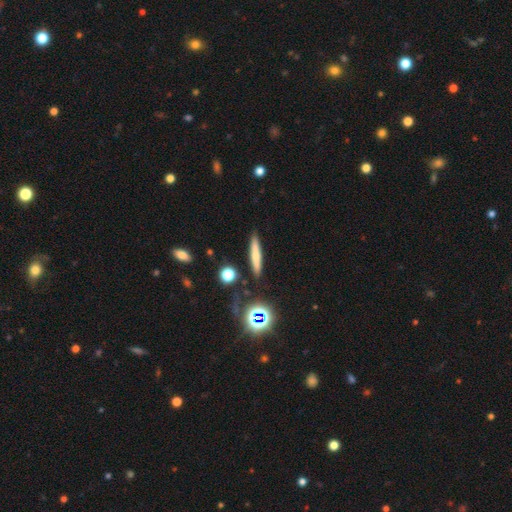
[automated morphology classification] Overall: smooth (64%; featured or disk 26%). How rounded: cigar-shaped (90%). Merging: none (86%).